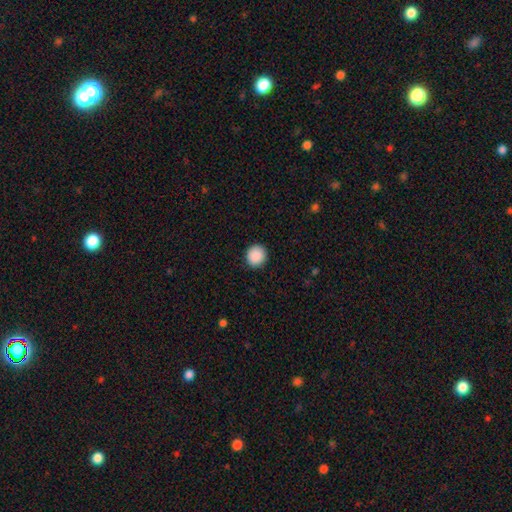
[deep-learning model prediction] This is clearly a smooth galaxy (90%). How rounded: clearly round (90%). Merging: clearly none (92%).